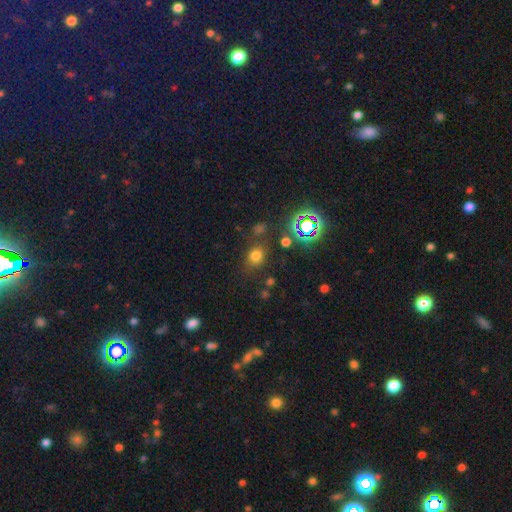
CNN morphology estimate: Overall: smooth (67%). How rounded: round (72%). Merging: none (75%).